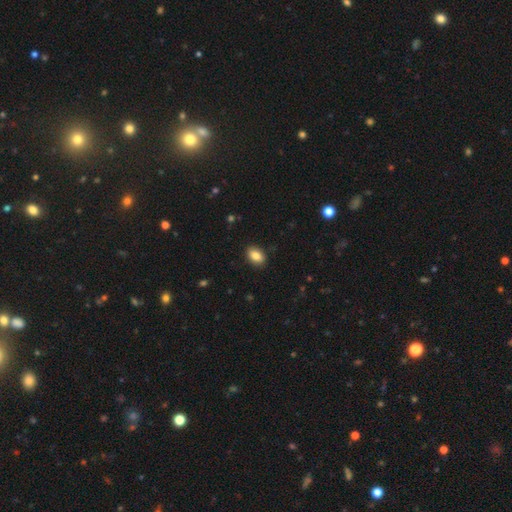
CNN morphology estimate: This is clearly a smooth galaxy (85%). How rounded: clearly in between (83%). Merging: clearly none (88%).